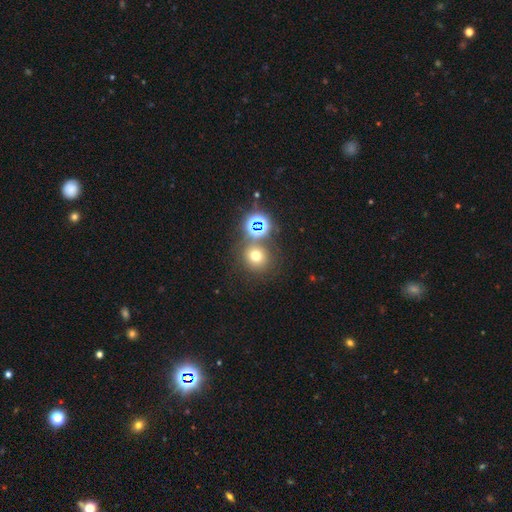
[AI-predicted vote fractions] This is likely a smooth galaxy (63%). How rounded: clearly round (90%). Merging: likely none (71%).